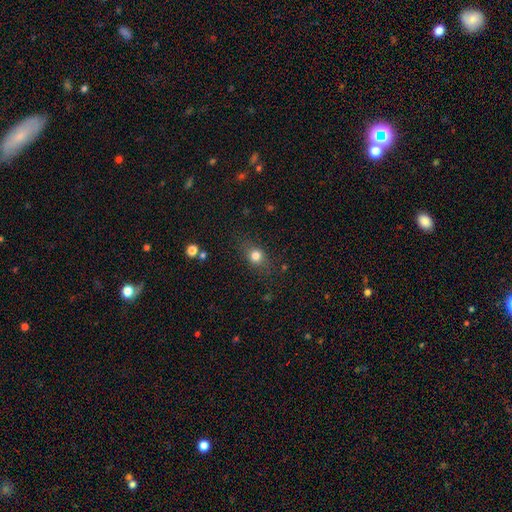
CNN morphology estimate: A smooth galaxy with no disk features (76%) that is round (55%).

Vote fractions:
- Smooth or featured? smooth: 76% / star or artifact: 13% / featured or disk: 11%
- How rounded? round: 55% / in between: 40% / cigar-shaped: 5%
- Merging? none: 78% / minor disturbance: 15% / major disturbance: 6% / merger: 2%